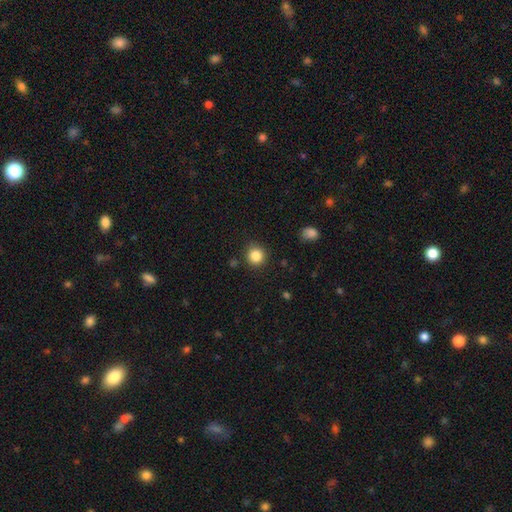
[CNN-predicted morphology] Smooth or featured: smooth — 85% (star or artifact — 10%)
How rounded: round — 91% (in between — 8%)
Merging: none — 87% (minor disturbance — 8%)